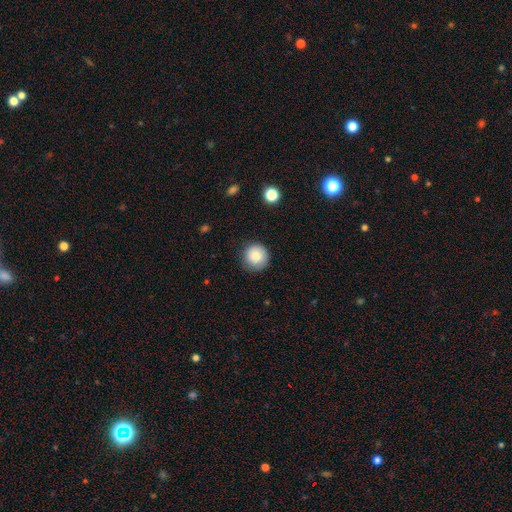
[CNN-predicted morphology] A smooth galaxy with no disk features (84%) that is round (94%).

Vote fractions:
- Smooth or featured? smooth: 84% / star or artifact: 9% / featured or disk: 7%
- How rounded? round: 94% / in between: 5% / cigar-shaped: 1%
- Merging? none: 84% / minor disturbance: 12% / major disturbance: 3% / merger: 1%